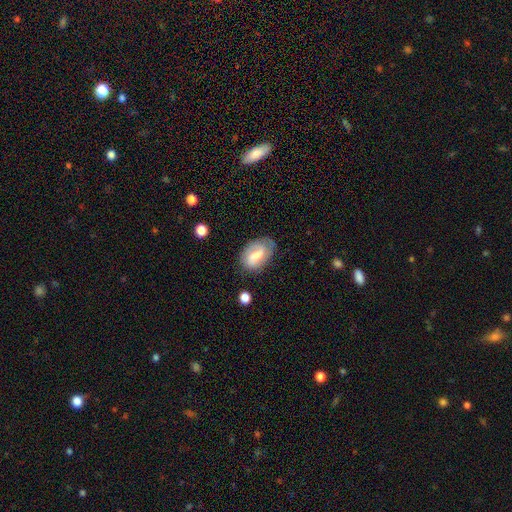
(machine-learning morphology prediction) Q: Smooth or featured?
A: featured or disk (53%); runner-up: smooth (40%)
Q: Edge-on disk?
A: no (96%); runner-up: yes (4%)
Q: Bar?
A: weak (54%); runner-up: no (25%)
Q: Spiral arms?
A: yes (82%); runner-up: no (18%)
Q: Bulge size?
A: moderate (49%); runner-up: small (35%)
Q: Merging?
A: none (69%); runner-up: minor disturbance (22%)